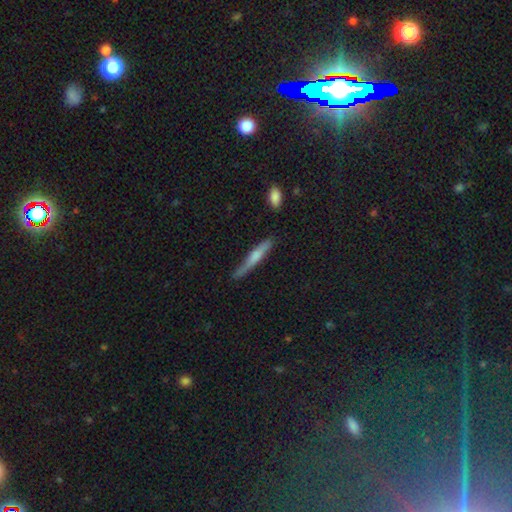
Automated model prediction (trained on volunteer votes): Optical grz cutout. It shows a smooth galaxy with no disk features (48%). Merging: none (73%).